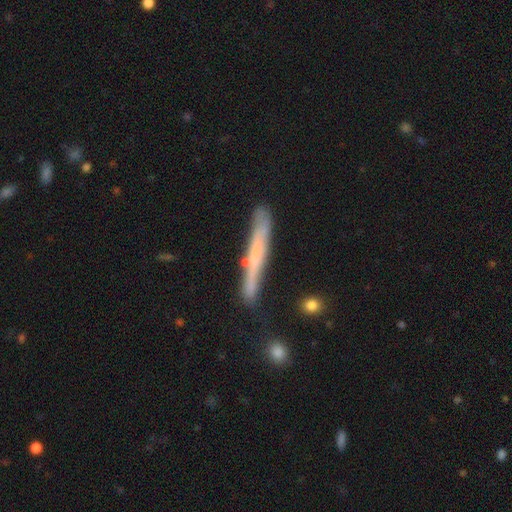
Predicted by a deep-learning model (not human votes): The model was most divided on "smooth or featured": featured or disk: 47%, smooth: 46%, star or artifact: 7%. More confident: merging — none (77%).